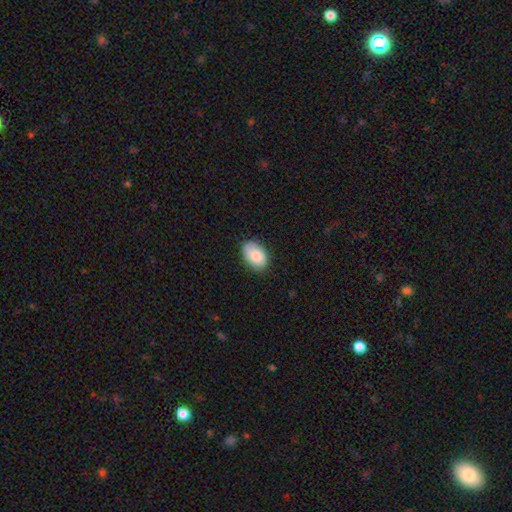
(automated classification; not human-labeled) This appears to be a smooth galaxy with no disk features (82%) that is in between round and cigar-shaped (86%). Merging: none (82%).